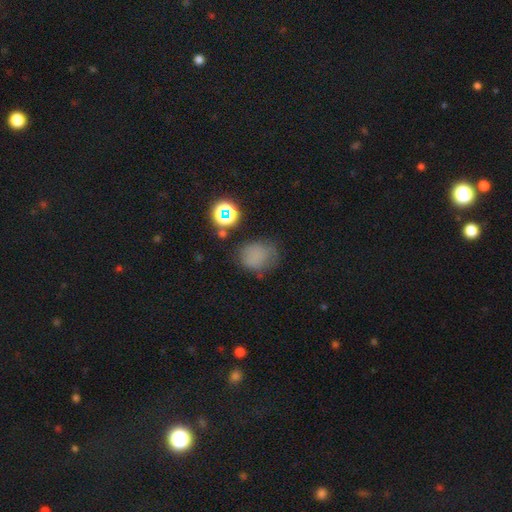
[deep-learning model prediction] A smooth galaxy with no disk features (69%) that is round (63%).

Vote fractions:
- Smooth or featured? smooth: 69% / star or artifact: 20% / featured or disk: 11%
- How rounded? round: 63% / in between: 36% / cigar-shaped: 1%
- Merging? none: 58% / minor disturbance: 27% / major disturbance: 11% / merger: 4%